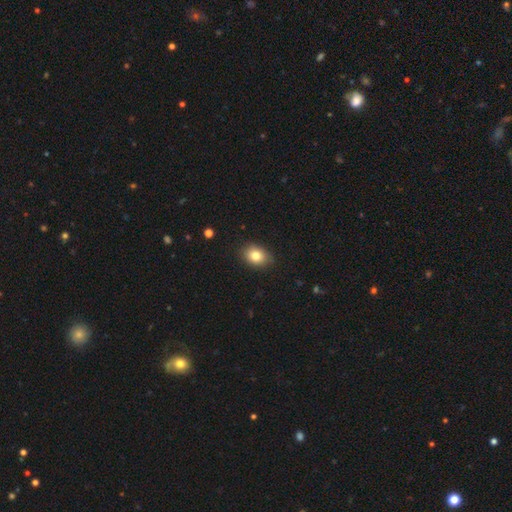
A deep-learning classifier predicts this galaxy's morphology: smooth 81%, star or artifact 9%, featured or disk 9%. Down the decision tree: how rounded — in between (63%); merging — none (85%).